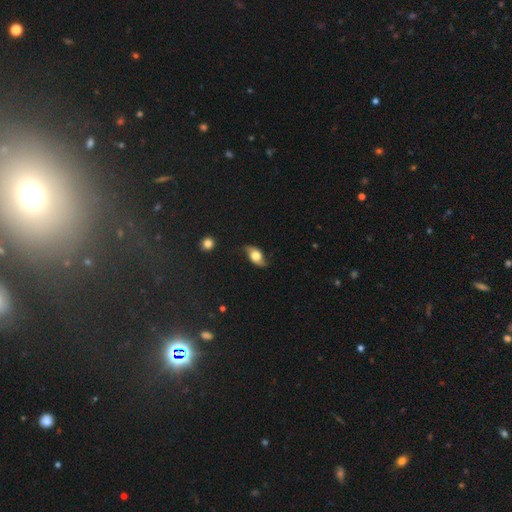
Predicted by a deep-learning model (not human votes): This is possibly a featured or disk galaxy (51%). It is clearly not viewed edge-on (83%). Merging: likely none (70%).